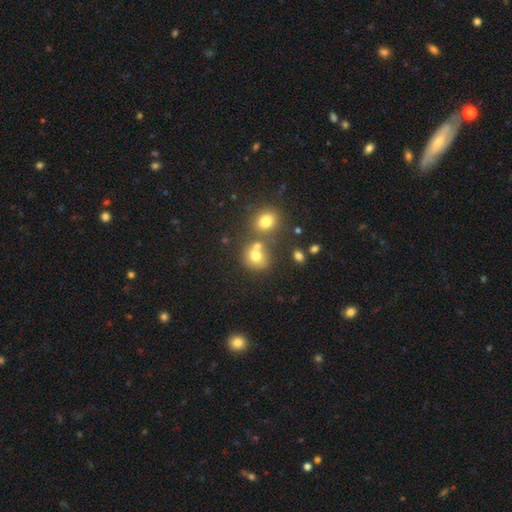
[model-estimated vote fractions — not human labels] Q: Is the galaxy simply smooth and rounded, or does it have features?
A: smooth — 73%.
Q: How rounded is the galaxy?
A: round — 76%.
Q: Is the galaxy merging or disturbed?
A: none — 51%.